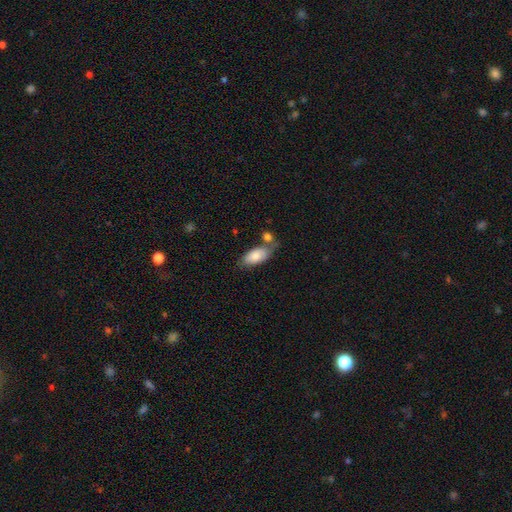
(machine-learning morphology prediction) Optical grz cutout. It shows a smooth galaxy with no disk features (79%) that is in between round and cigar-shaped (91%). Merging: none (52%).